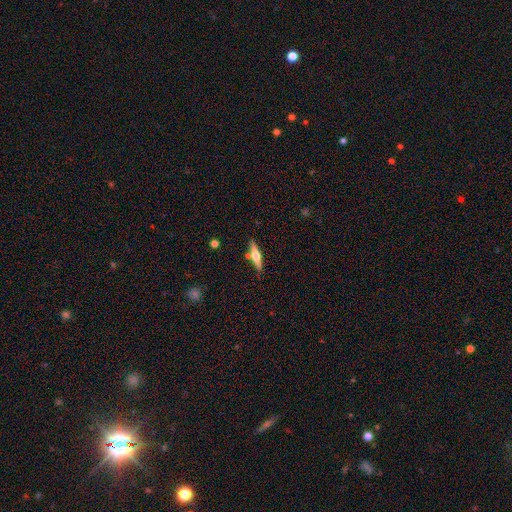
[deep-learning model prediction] This appears to be a featured or disk galaxy (54%) viewed edge-on (95%) with a rounded central bulge (90%). Merging: none (80%).